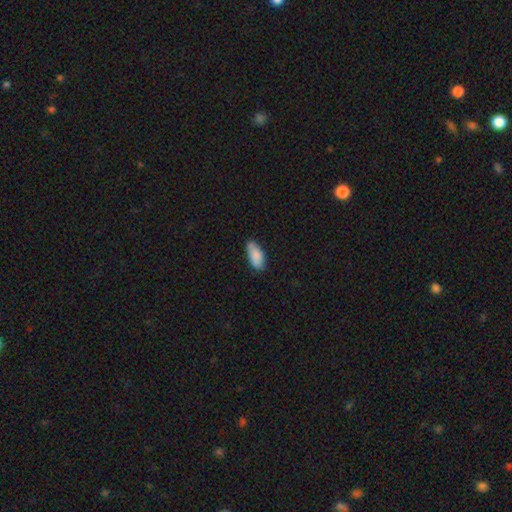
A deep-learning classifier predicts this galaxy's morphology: The model was most divided on "merging": none: 73%, minor disturbance: 22%, major disturbance: 3%, merger: 2%. More confident: how rounded — in between (87%); smooth or featured — smooth (85%).